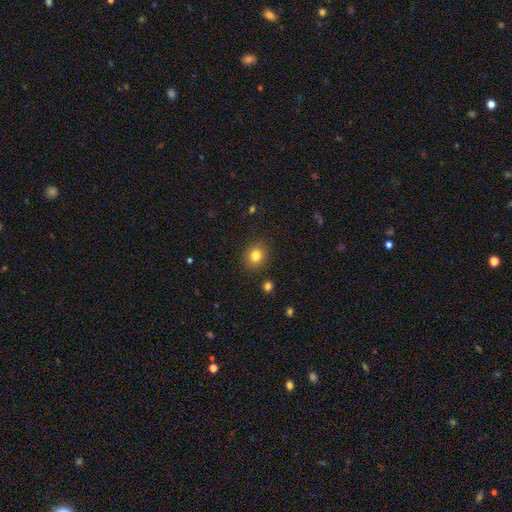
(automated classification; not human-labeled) This appears to be a smooth galaxy with no disk features (81%) that is round (77%). Merging: none (89%).